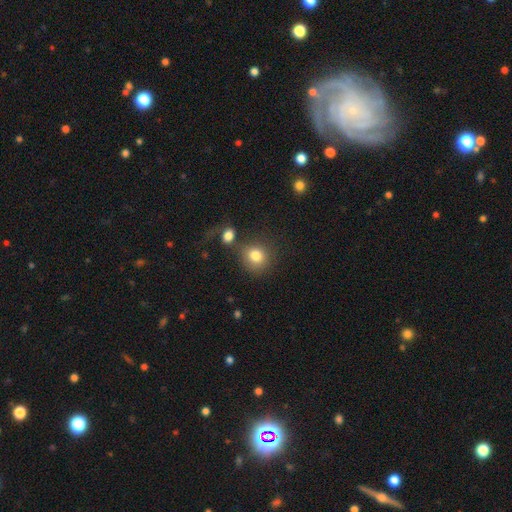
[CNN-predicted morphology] smooth-or-featured: smooth: 81% | star or artifact: 10% | featured or disk: 9%
  how-rounded: round: 81% | in between: 18% | cigar-shaped: 1%
  merging: none: 63% | merger: 17% | minor disturbance: 12% | major disturbance: 8%